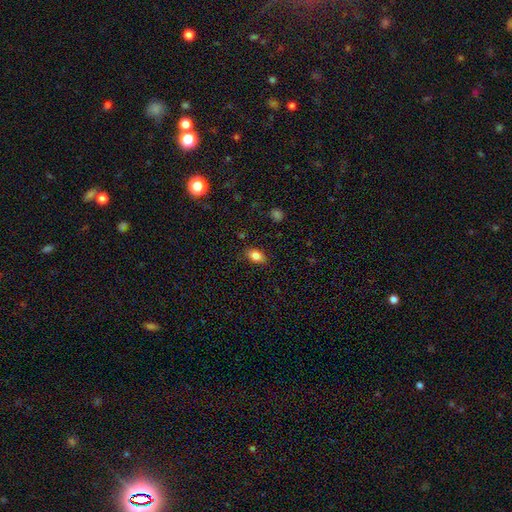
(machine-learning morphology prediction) Smooth or featured: smooth — 82% (star or artifact — 9%)
How rounded: in between — 86% (round — 11%)
Merging: none — 84% (minor disturbance — 12%)